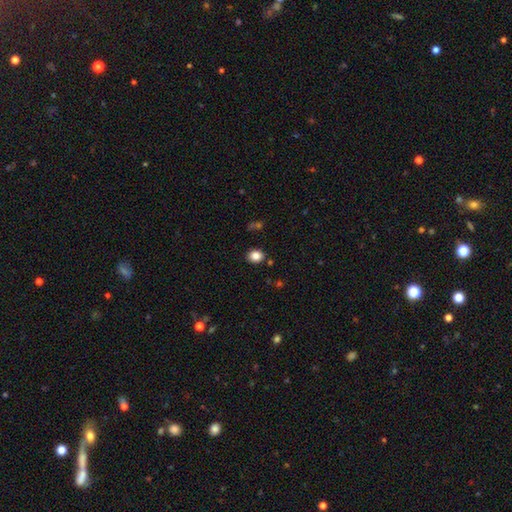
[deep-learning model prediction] The model was most divided on "how rounded": round: 63%, in between: 37%, cigar-shaped: 1%. More confident: merging — none (87%); smooth or featured — smooth (84%).